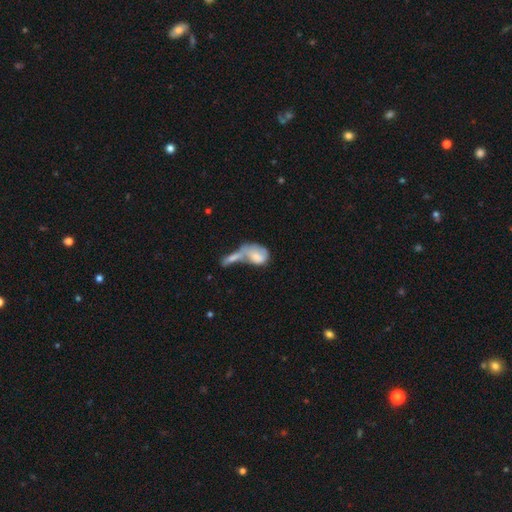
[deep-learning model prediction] Smooth or featured? Predicted: smooth (p=0.61). How rounded? Predicted: in between (p=0.81). Merging? Predicted: merger (p=0.67).